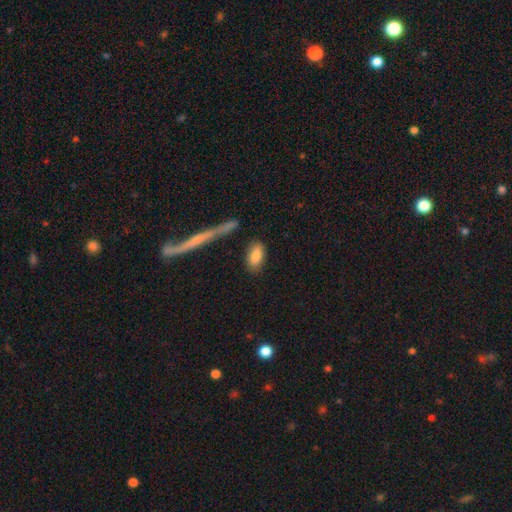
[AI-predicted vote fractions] Smooth or featured?
  - smooth: 83% *
  - featured or disk: 10%
  - star or artifact: 7%
How rounded?
  - in between: 86% *
  - cigar-shaped: 10%
  - round: 4%
Merging?
  - none: 82% *
  - minor disturbance: 11%
  - merger: 4%
  - major disturbance: 3%